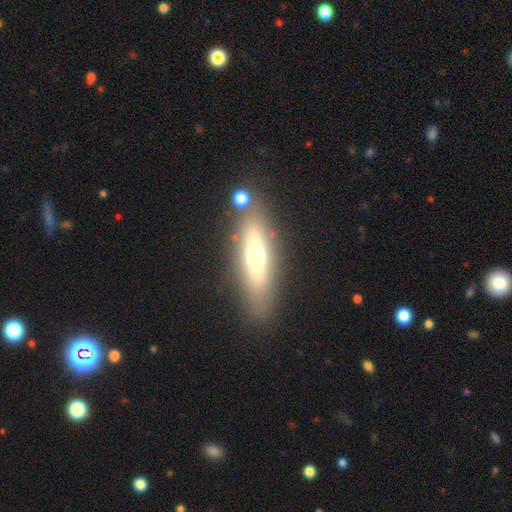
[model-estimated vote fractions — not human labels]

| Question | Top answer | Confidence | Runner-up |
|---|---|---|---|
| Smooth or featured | smooth | 49% | featured or disk (44%) |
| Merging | none | 79% | minor disturbance (11%) |